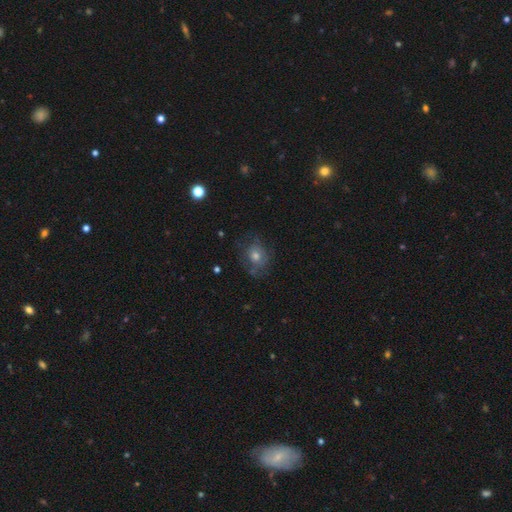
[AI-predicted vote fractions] Q: Smooth or featured?
A: smooth (46%); runner-up: featured or disk (36%)
Q: Merging?
A: none (68%); runner-up: minor disturbance (19%)